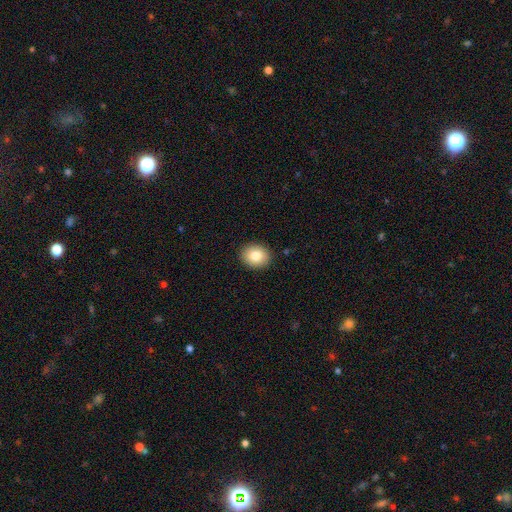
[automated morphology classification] Smooth or featured? Predicted: smooth (p=0.82). How rounded? Predicted: round (p=0.59). Merging? Predicted: none (p=0.91).